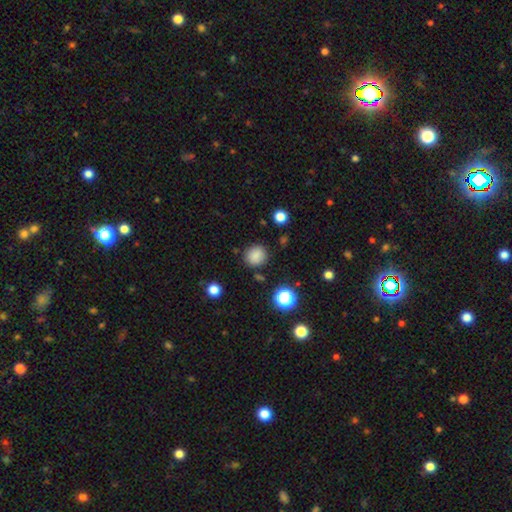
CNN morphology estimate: This is clearly a smooth galaxy (83%). How rounded: clearly round (83%). Merging: clearly none (84%).